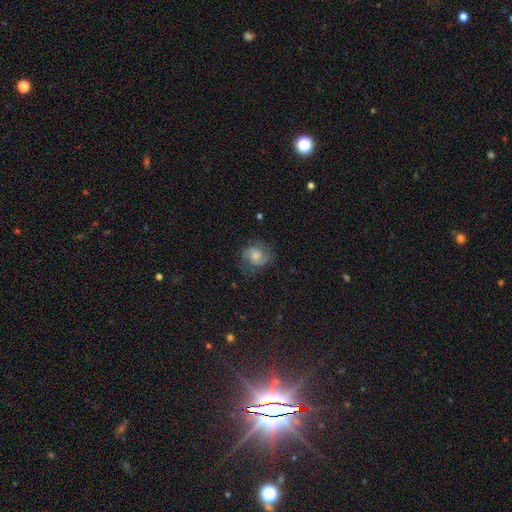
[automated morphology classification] Smooth or featured?
  - featured or disk: 64% *
  - smooth: 27%
  - star or artifact: 9%
Edge-on disk?
  - no: 98% *
  - yes: 2%
Bar?
  - no: 65% *
  - weak: 30%
  - strong: 5%
Spiral arms?
  - yes: 92% *
  - no: 8%
Spiral winding?
  - medium: 50% *
  - tight: 26%
  - loose: 24%
Spiral arm count?
  - 2: 84% *
  - can't tell: 8%
  - 3: 3%
  - 1: 2%
  - 4: 1%
  - more than 4: 1%
Bulge size?
  - moderate: 45% *
  - small: 40%
  - none: 7%
  - large: 6%
  - dominant: 1%
Merging?
  - none: 71% *
  - minor disturbance: 19%
  - major disturbance: 9%
  - merger: 1%